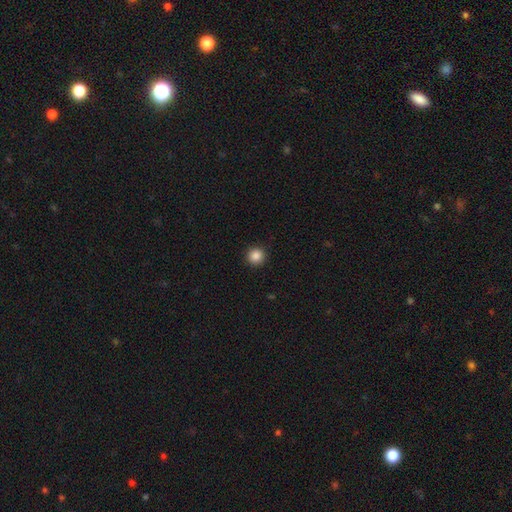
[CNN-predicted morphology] type=smooth (87%); roundness=round (95%); merging=none (93%).